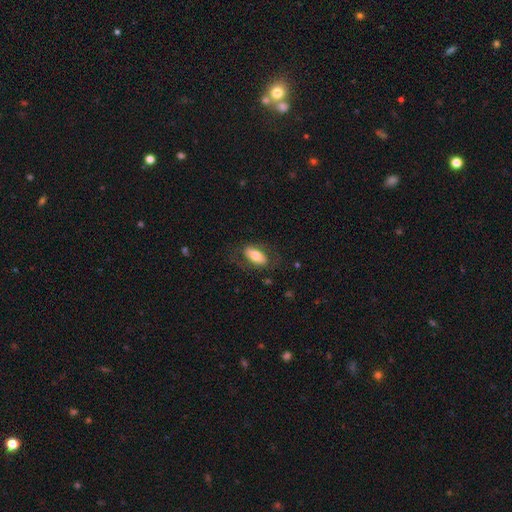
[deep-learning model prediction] Smooth or featured?
  - smooth: 67% *
  - featured or disk: 27%
  - star or artifact: 6%
How rounded?
  - in between: 89% *
  - cigar-shaped: 8%
  - round: 3%
Merging?
  - none: 72% *
  - minor disturbance: 16%
  - major disturbance: 10%
  - merger: 1%